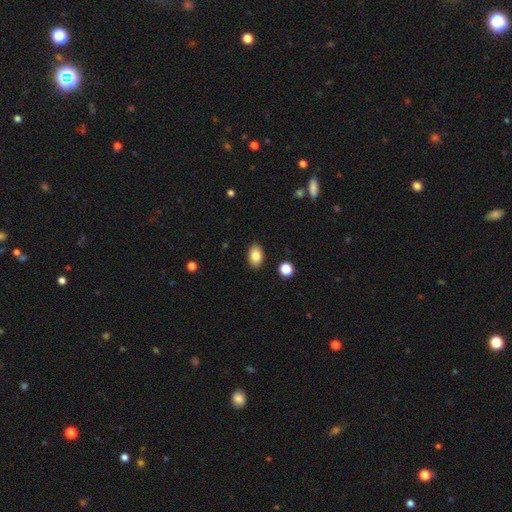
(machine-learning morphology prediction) smooth 82%, featured or disk 10%, star or artifact 8%. Down the decision tree: how rounded — in between (83%); merging — none (89%).